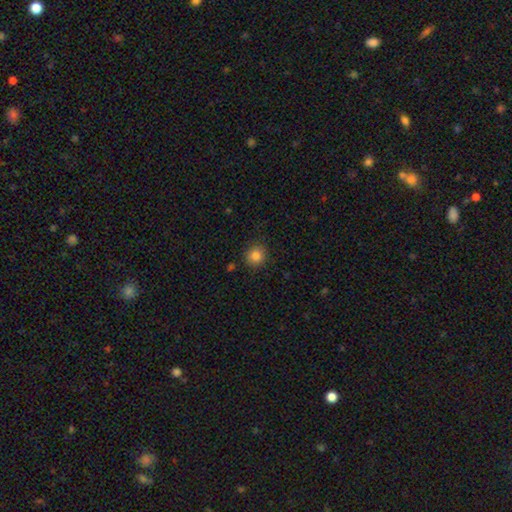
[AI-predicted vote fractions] Smooth or featured? Predicted: smooth (p=0.84). How rounded? Predicted: round (p=0.89). Merging? Predicted: none (p=0.89).